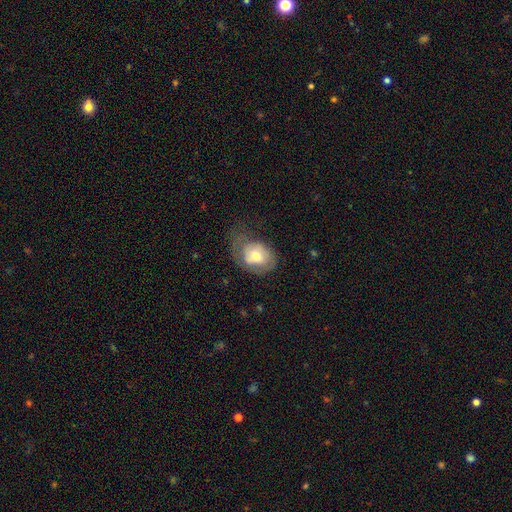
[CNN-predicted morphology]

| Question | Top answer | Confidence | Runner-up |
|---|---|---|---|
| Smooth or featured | smooth | 55% | featured or disk (37%) |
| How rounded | in between | 62% | round (37%) |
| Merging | none | 36% | major disturbance (31%) |